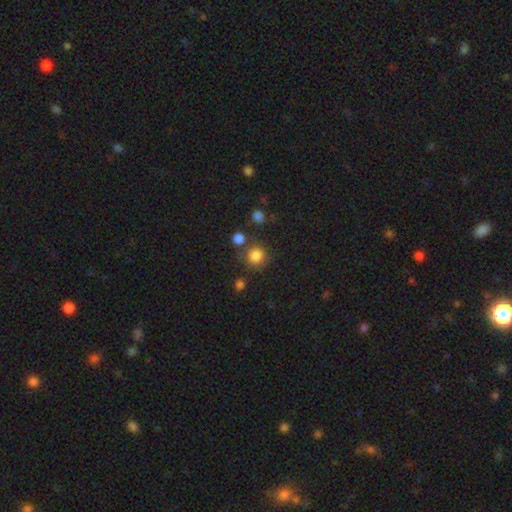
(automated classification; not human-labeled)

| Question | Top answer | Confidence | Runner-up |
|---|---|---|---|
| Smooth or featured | smooth | 82% | star or artifact (12%) |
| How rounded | round | 91% | in between (9%) |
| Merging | none | 75% | minor disturbance (10%) |